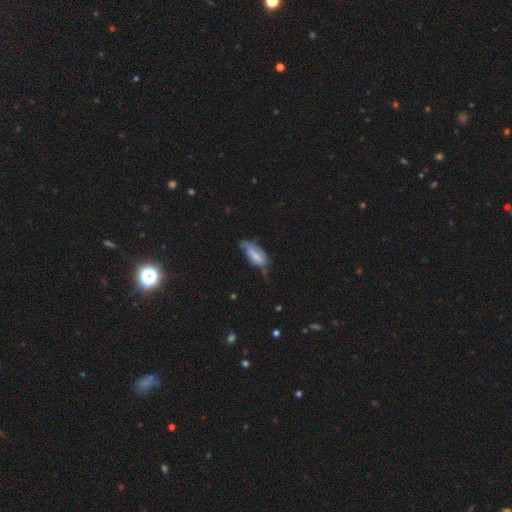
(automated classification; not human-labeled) smooth 58%, featured or disk 35%, star or artifact 7%. Down the decision tree: how rounded — in between (82%); merging — minor disturbance (41%).